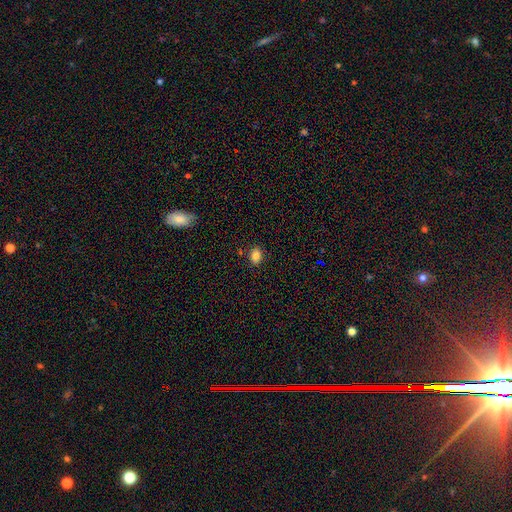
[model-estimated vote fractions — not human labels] Smooth or featured: smooth — 84% (star or artifact — 11%)
How rounded: in between — 69% (round — 30%)
Merging: none — 84% (minor disturbance — 10%)